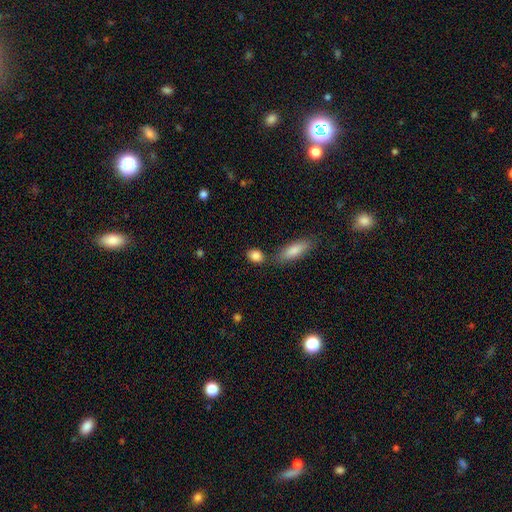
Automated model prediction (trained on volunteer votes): smooth_or_featured: smooth (p=0.87) [alt: star or artifact p=0.08]
how_rounded: in between (p=0.64) [alt: round p=0.31]
merging: none (p=0.73) [alt: minor disturbance p=0.12]